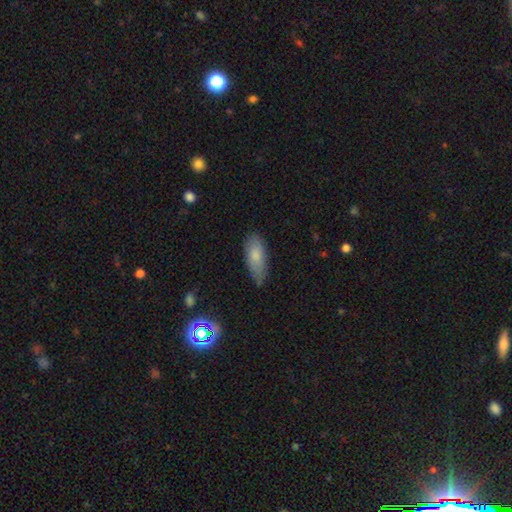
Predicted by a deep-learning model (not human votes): Morphology: type=smooth (79%); roundness=in between (77%); merging=none (65%).